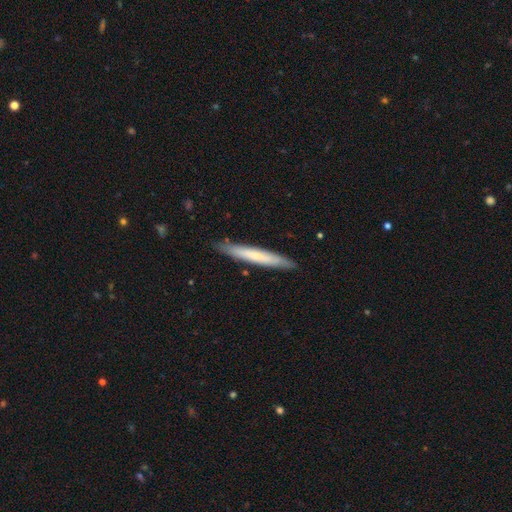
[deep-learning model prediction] A smooth galaxy with no disk features (64%) that is cigar-shaped (95%).

Vote fractions:
- Smooth or featured? smooth: 64% / featured or disk: 31% / star or artifact: 5%
- How rounded? cigar-shaped: 95% / in between: 4% / round: 1%
- Merging? none: 89% / minor disturbance: 9% / major disturbance: 1% / merger: 1%